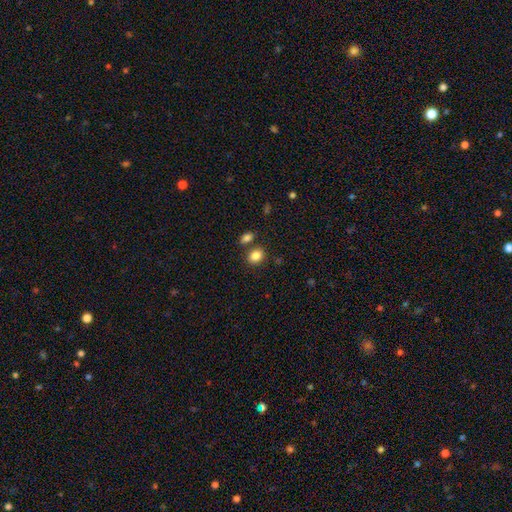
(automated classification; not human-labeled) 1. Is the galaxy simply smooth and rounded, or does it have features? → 85% smooth, 10% star or artifact, 5% featured or disk.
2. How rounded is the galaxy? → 50% round, 49% in between, 1% cigar-shaped.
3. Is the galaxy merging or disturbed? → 74% none, 14% merger, 10% minor disturbance, 3% major disturbance.